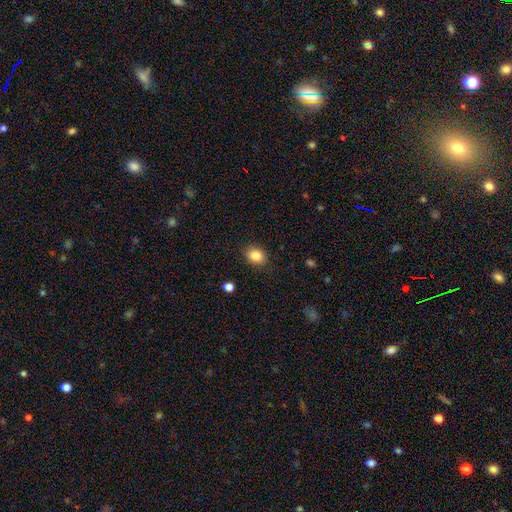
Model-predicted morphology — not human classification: smooth-or-featured: smooth: 85% | star or artifact: 10% | featured or disk: 5%
  how-rounded: in between: 52% | round: 47% | cigar-shaped: 1%
  merging: none: 87% | minor disturbance: 9% | major disturbance: 3% | merger: 1%